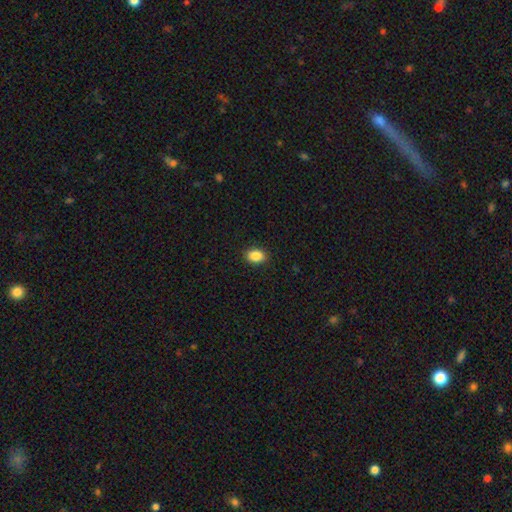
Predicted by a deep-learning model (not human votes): smooth 88%, star or artifact 8%, featured or disk 3%. Down the decision tree: how rounded — in between (81%); merging — none (89%).